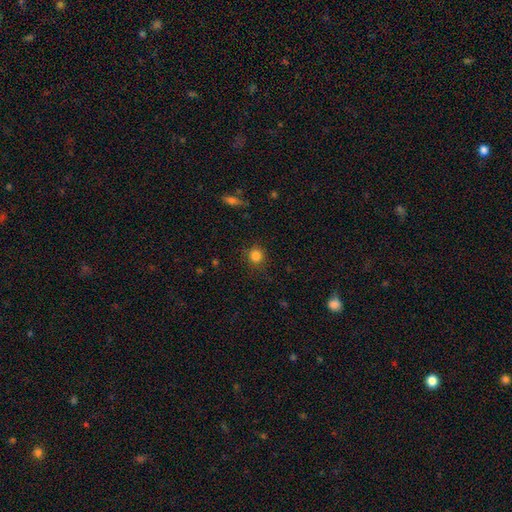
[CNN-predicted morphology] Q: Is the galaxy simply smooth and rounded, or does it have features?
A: smooth — 83%.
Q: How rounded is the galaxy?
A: round — 92%.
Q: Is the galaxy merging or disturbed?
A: none — 87%.